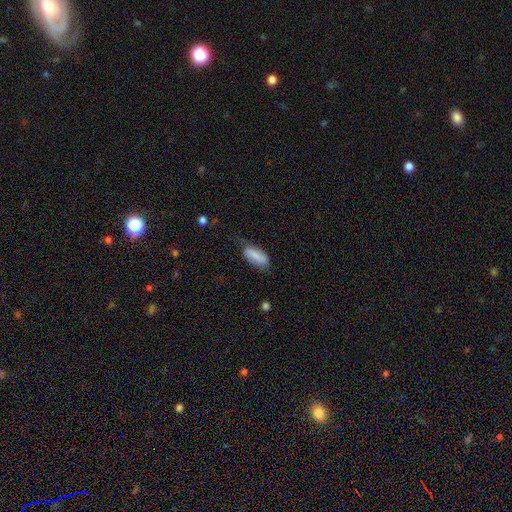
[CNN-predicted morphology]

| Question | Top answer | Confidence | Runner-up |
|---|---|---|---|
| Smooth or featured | smooth | 77% | featured or disk (16%) |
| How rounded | in between | 83% | cigar-shaped (15%) |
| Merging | none | 50% | minor disturbance (34%) |